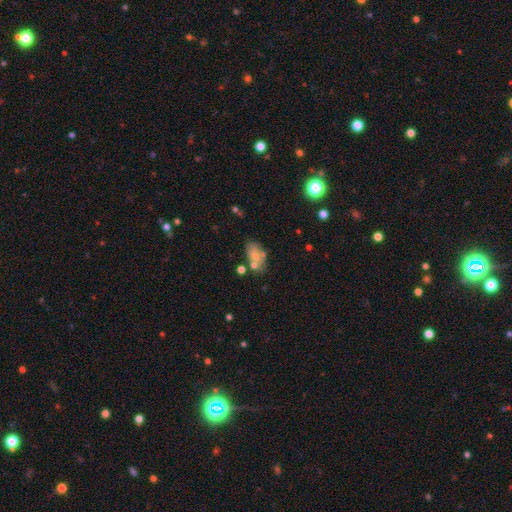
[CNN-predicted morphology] type=smooth (62%); roundness=in between (88%); merging=none (50%).